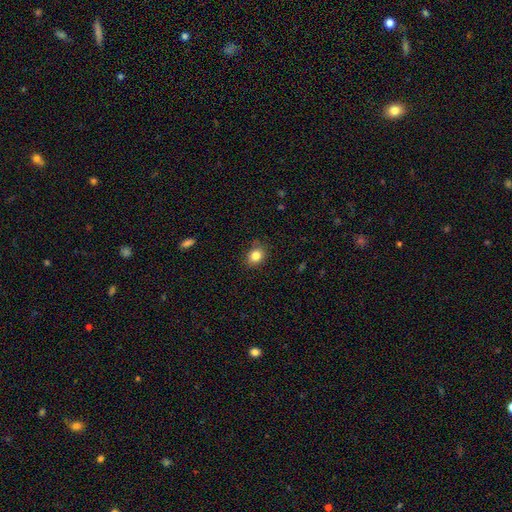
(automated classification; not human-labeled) Overall: smooth (83%). How rounded: round (54%; in between 46%). Merging: none (82%).